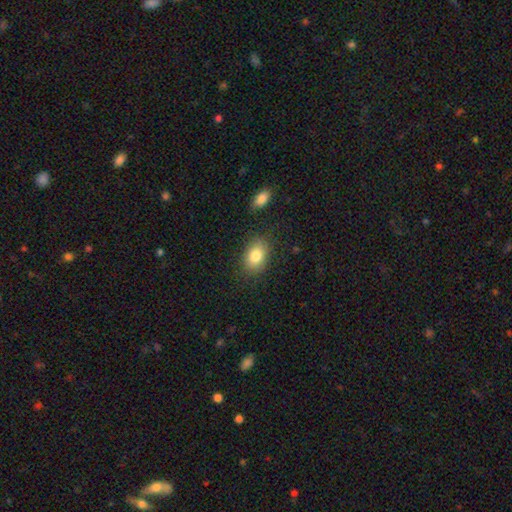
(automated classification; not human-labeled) Morphology: type=smooth (83%); roundness=in between (81%); merging=none (82%).